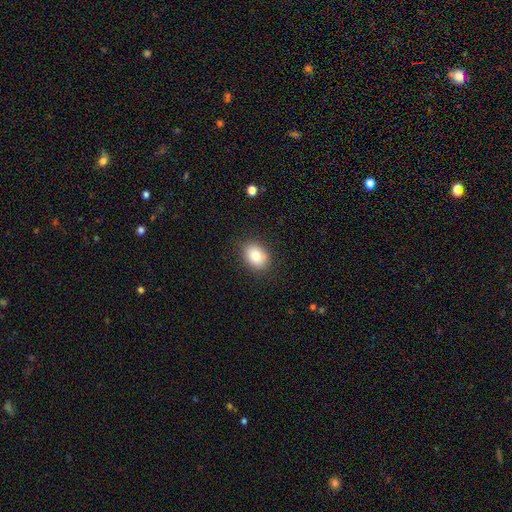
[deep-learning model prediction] Q: Smooth or featured?
A: smooth (81%); runner-up: featured or disk (10%)
Q: How rounded?
A: in between (66%); runner-up: round (33%)
Q: Merging?
A: none (86%); runner-up: minor disturbance (10%)